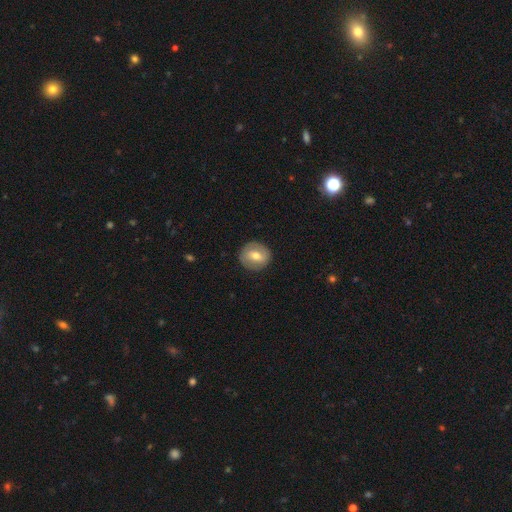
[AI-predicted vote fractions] smooth 56%, featured or disk 37%, star or artifact 7%. Down the decision tree: how rounded — round (84%); merging — none (87%).